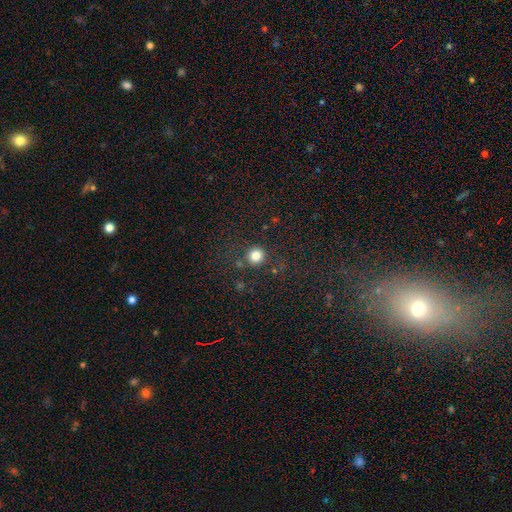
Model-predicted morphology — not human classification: smooth-or-featured: smooth: 82% | star or artifact: 13% | featured or disk: 6%
  how-rounded: round: 91% | in between: 8% | cigar-shaped: 1%
  merging: none: 84% | minor disturbance: 8% | merger: 4% | major disturbance: 3%